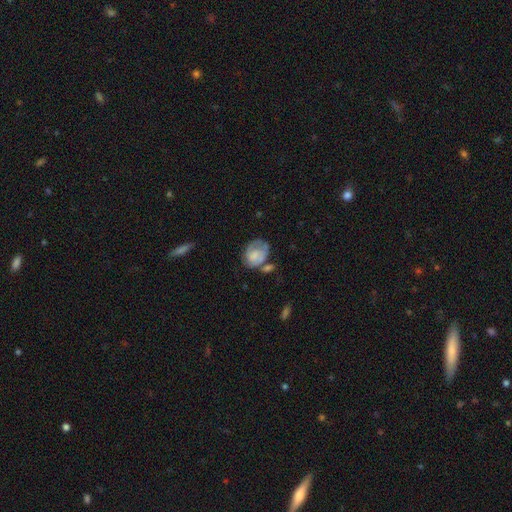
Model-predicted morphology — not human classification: A smooth galaxy with no disk features (51%) that is in between round and cigar-shaped (53%).

Vote fractions:
- Smooth or featured? smooth: 51% / featured or disk: 41% / star or artifact: 8%
- How rounded? in between: 53% / round: 46% / cigar-shaped: 1%
- Merging? none: 37% / minor disturbance: 26% / major disturbance: 20% / merger: 17%